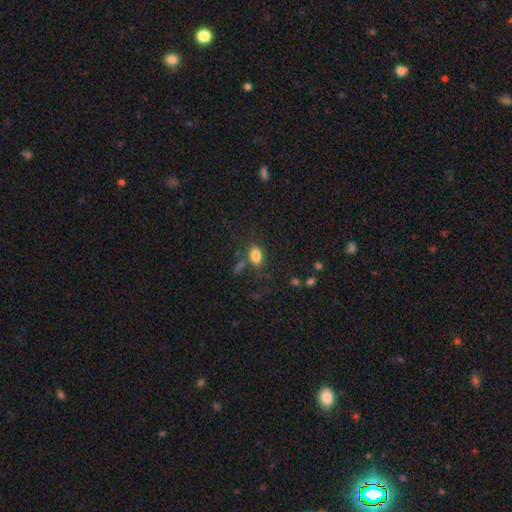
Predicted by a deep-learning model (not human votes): This is clearly a smooth galaxy (83%). How rounded: clearly in between (83%). Merging: likely none (67%).